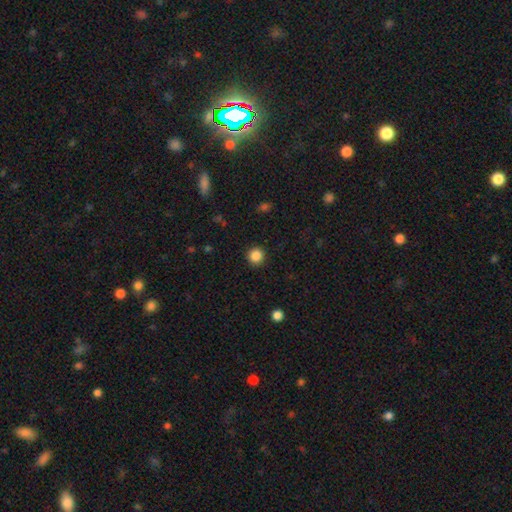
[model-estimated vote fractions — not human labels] The model was most divided on "smooth or featured": smooth: 86%, star or artifact: 11%, featured or disk: 3%. More confident: how rounded — round (94%); merging — none (92%).